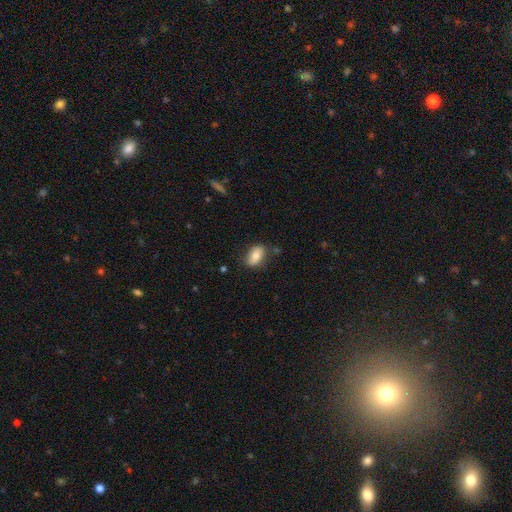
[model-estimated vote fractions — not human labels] smooth_or_featured: smooth (p=0.78) [alt: featured or disk p=0.14]
how_rounded: in between (p=0.88) [alt: round p=0.08]
merging: none (p=0.74) [alt: minor disturbance p=0.18]